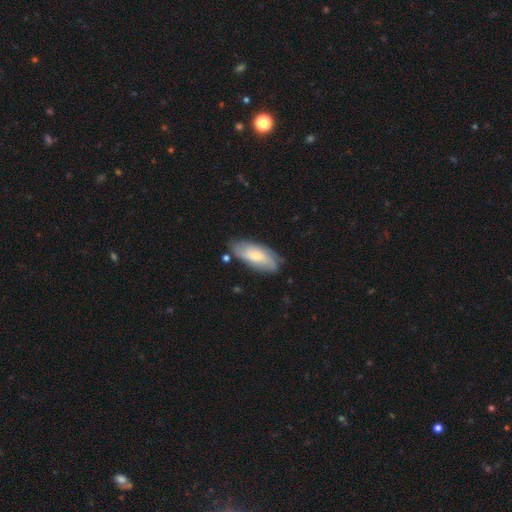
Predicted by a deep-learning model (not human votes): A smooth galaxy with no disk features (52%) that is in between round and cigar-shaped (82%). Merging: none (73%).